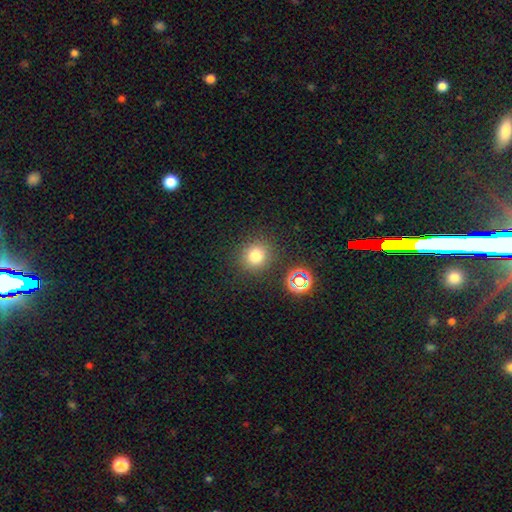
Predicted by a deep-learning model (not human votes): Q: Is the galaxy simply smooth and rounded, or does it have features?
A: smooth — 77%.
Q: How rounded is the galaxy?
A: round — 88%.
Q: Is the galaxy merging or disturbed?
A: none — 86%.